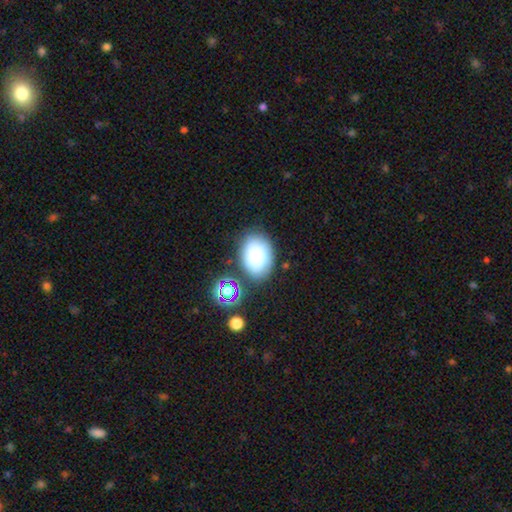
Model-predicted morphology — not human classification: smooth_or_featured: smooth (p=0.77) [alt: star or artifact p=0.12]
how_rounded: in between (p=0.78) [alt: round p=0.21]
merging: none (p=0.72) [alt: minor disturbance p=0.16]